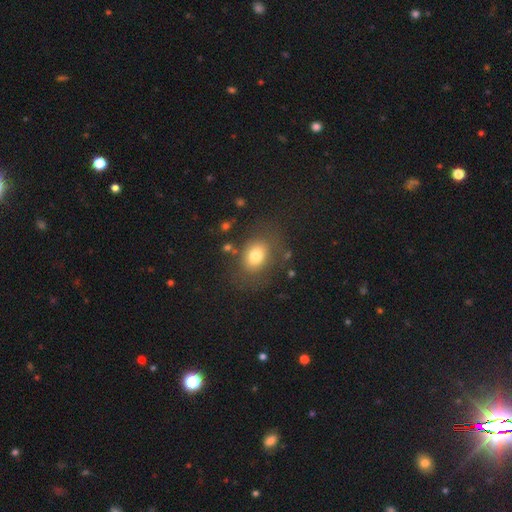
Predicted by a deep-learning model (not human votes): Smooth or featured? Predicted: smooth (p=0.76). How rounded? Predicted: in between (p=0.58). Merging? Predicted: none (p=0.72).